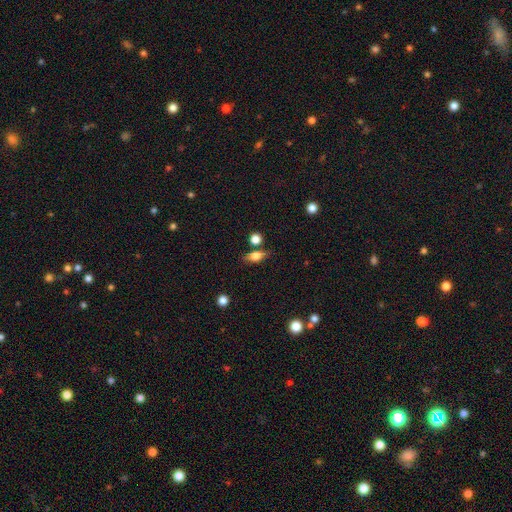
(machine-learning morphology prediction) smooth 68%, featured or disk 22%, star or artifact 10%. Down the decision tree: how rounded — in between (71%); merging — none (72%).